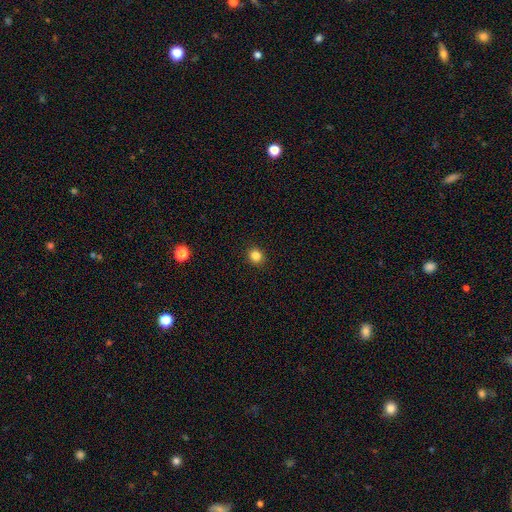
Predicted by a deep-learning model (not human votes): Q: Smooth or featured?
A: smooth (84%); runner-up: star or artifact (12%)
Q: How rounded?
A: round (87%); runner-up: in between (13%)
Q: Merging?
A: none (93%); runner-up: minor disturbance (5%)